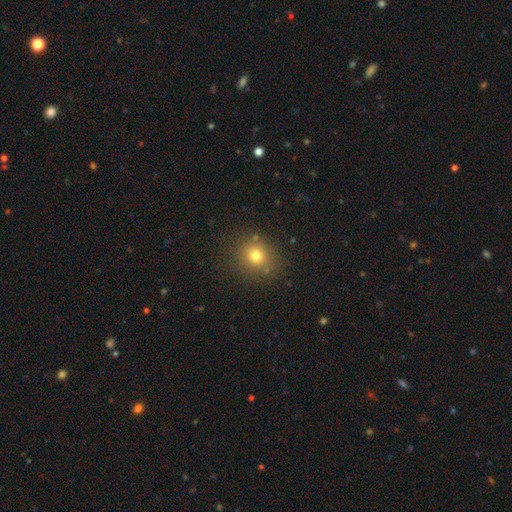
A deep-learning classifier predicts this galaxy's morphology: A smooth galaxy with no disk features (75%) that is round (79%). Merging: none (83%).